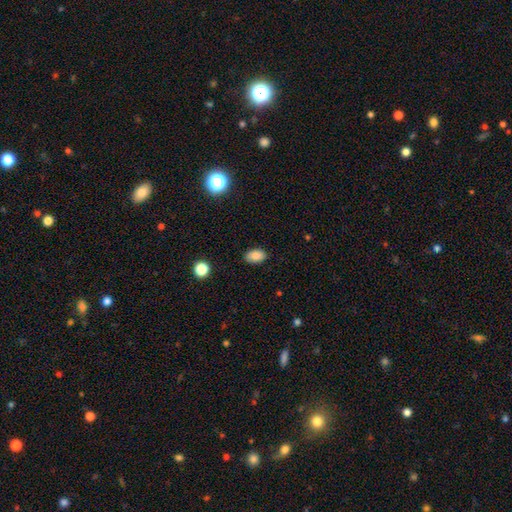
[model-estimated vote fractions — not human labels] A smooth galaxy with no disk features (85%) that is in between round and cigar-shaped (89%). Merging: none (86%).